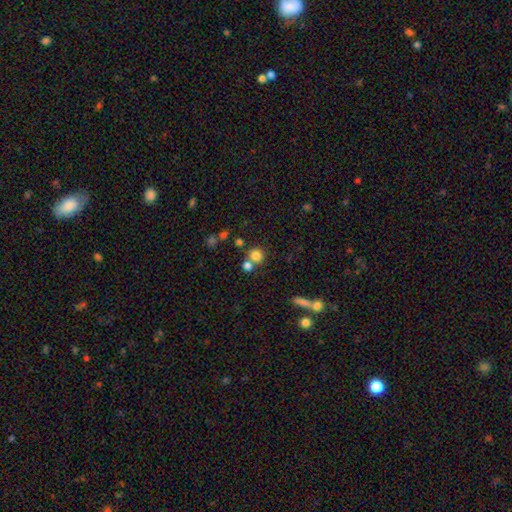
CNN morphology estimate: A smooth galaxy with no disk features (78%) that is round (90%).

Vote fractions:
- Smooth or featured? smooth: 78% / star or artifact: 14% / featured or disk: 8%
- How rounded? round: 90% / in between: 9% / cigar-shaped: 1%
- Merging? none: 59% / merger: 31% / minor disturbance: 7% / major disturbance: 3%